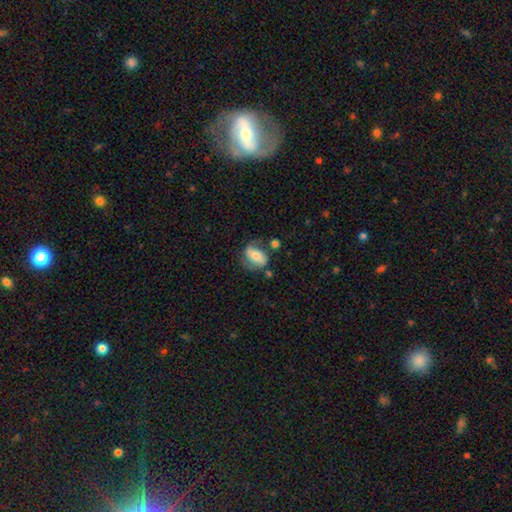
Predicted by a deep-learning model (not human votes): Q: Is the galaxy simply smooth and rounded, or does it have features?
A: smooth — 48%.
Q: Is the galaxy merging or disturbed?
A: none — 53%.